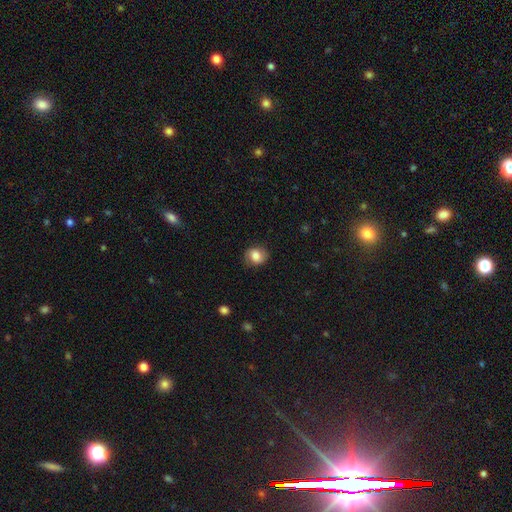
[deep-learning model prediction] A smooth galaxy with no disk features (77%) that is round (66%).

Vote fractions:
- Smooth or featured? smooth: 77% / featured or disk: 14% / star or artifact: 9%
- How rounded? round: 66% / in between: 33% / cigar-shaped: 1%
- Merging? none: 79% / minor disturbance: 16% / major disturbance: 4% / merger: 1%